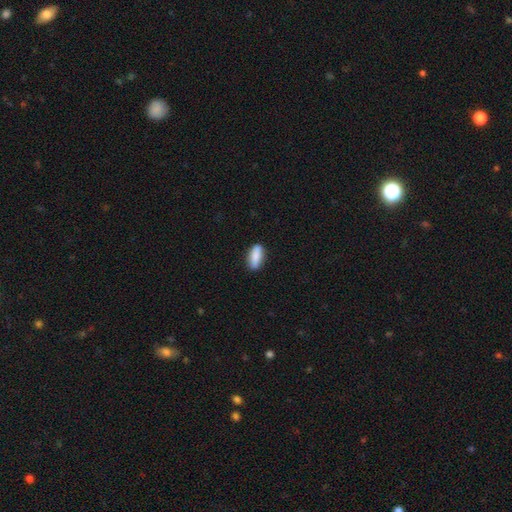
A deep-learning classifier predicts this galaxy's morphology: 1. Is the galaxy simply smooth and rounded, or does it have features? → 85% smooth, 9% featured or disk, 6% star or artifact.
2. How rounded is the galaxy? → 74% in between, 23% cigar-shaped, 3% round.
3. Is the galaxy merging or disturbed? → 85% none, 12% minor disturbance, 2% major disturbance, 1% merger.